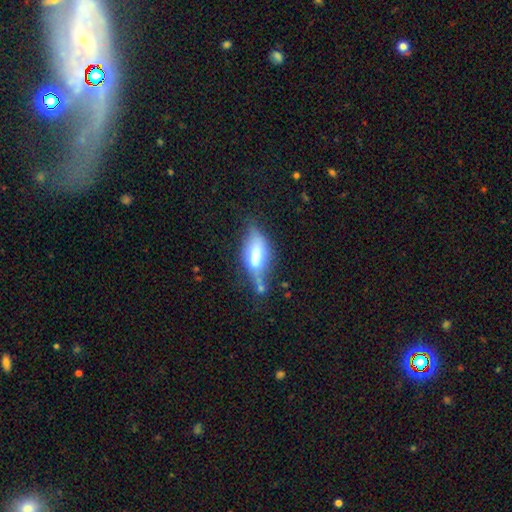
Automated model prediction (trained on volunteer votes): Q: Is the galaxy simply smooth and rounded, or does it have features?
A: smooth — 54%.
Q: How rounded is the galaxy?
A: in between — 73%.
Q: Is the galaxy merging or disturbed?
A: none — 42%.